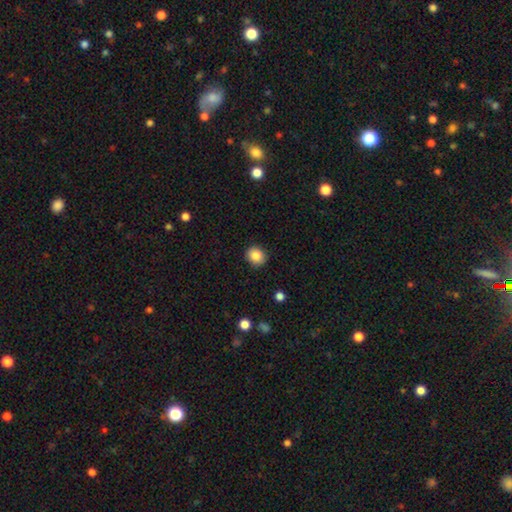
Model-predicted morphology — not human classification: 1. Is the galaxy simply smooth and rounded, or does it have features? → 86% smooth, 9% star or artifact, 4% featured or disk.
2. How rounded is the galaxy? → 81% round, 18% in between, 1% cigar-shaped.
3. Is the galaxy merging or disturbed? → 89% none, 7% minor disturbance, 2% major disturbance, 1% merger.